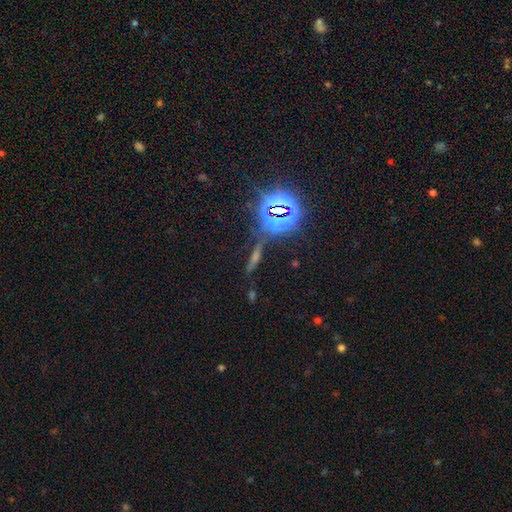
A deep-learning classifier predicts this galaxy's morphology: This is possibly a star or artifact rather than a galaxy (52%).